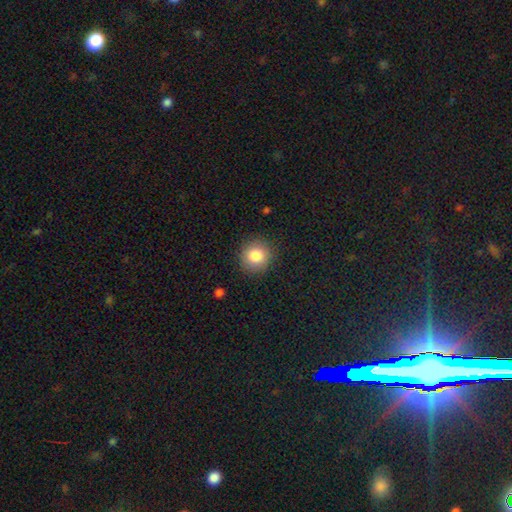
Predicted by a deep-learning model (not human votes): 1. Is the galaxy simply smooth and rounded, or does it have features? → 84% smooth, 9% star or artifact, 7% featured or disk.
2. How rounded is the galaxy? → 90% round, 9% in between, 1% cigar-shaped.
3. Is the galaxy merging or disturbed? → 88% none, 8% minor disturbance, 3% major disturbance, 1% merger.